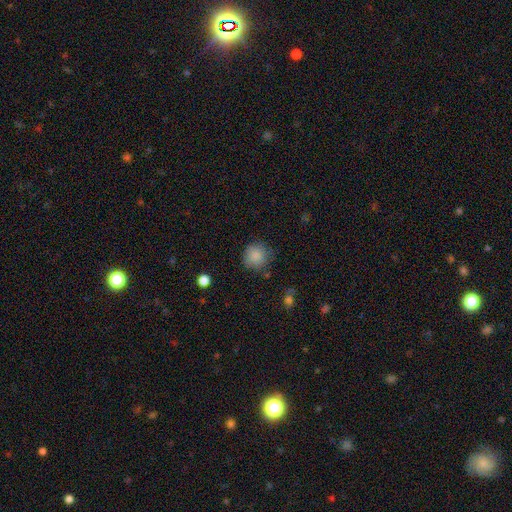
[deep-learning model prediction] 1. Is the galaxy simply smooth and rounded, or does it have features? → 86% smooth, 9% star or artifact, 5% featured or disk.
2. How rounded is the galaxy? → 91% round, 8% in between, 1% cigar-shaped.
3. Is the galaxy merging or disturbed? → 79% none, 15% minor disturbance, 4% major disturbance, 2% merger.